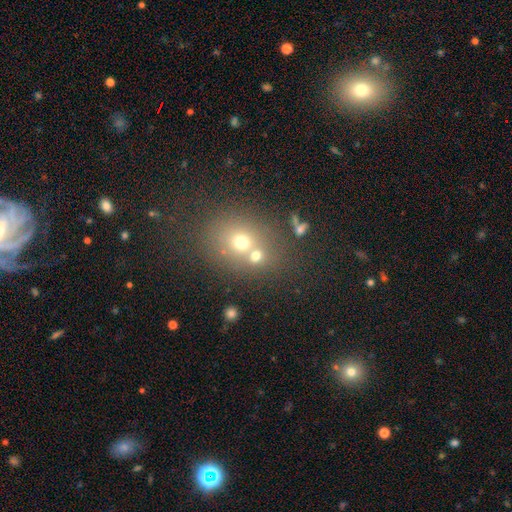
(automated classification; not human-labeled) Q: Smooth or featured?
A: smooth (65%); runner-up: star or artifact (19%)
Q: How rounded?
A: round (65%); runner-up: in between (34%)
Q: Merging?
A: none (45%); runner-up: merger (41%)